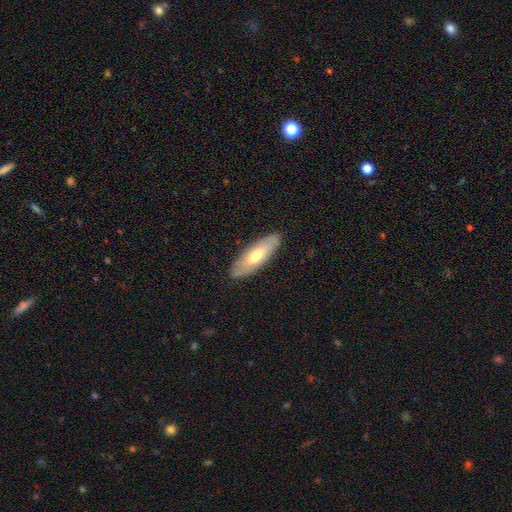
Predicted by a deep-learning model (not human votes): This appears to be a smooth galaxy with no disk features (54%) that is in between round and cigar-shaped (60%). Merging: none (87%).